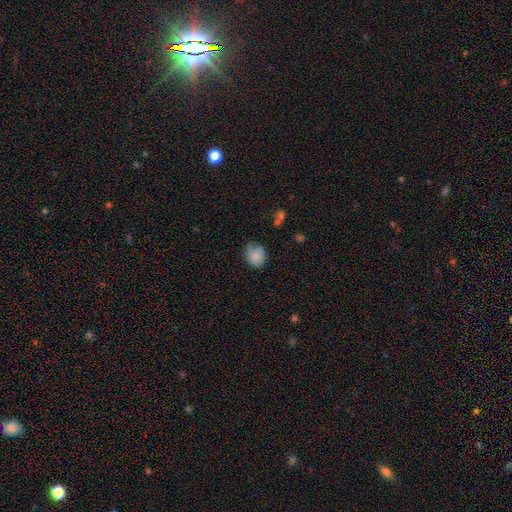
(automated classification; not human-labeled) Smooth or featured? smooth (80%)
How rounded? round (64%)
Merging? none (56%)